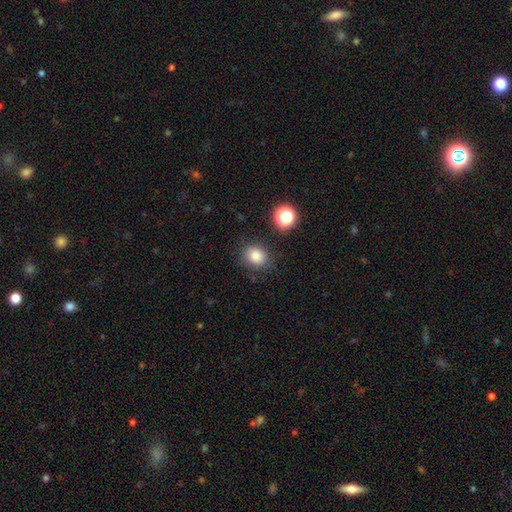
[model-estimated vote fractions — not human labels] Smooth or featured? Predicted: smooth (p=0.83). How rounded? Predicted: round (p=0.65). Merging? Predicted: none (p=0.81).